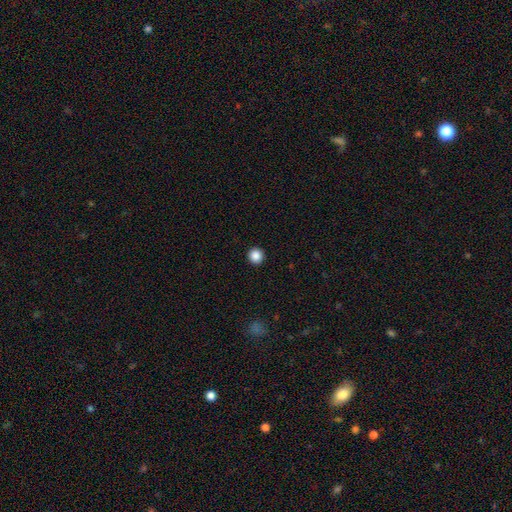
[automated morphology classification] Q: Smooth or featured?
A: smooth (87%); runner-up: star or artifact (10%)
Q: How rounded?
A: round (93%); runner-up: in between (6%)
Q: Merging?
A: none (93%); runner-up: minor disturbance (4%)